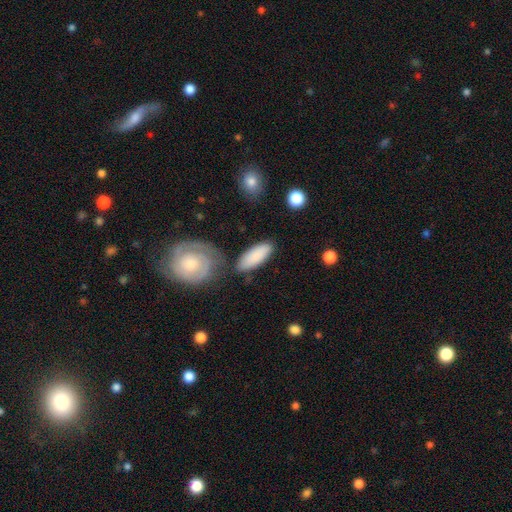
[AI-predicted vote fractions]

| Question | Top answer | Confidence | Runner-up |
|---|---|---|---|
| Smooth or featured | smooth | 84% | featured or disk (11%) |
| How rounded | in between | 71% | cigar-shaped (26%) |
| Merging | none | 74% | minor disturbance (14%) |